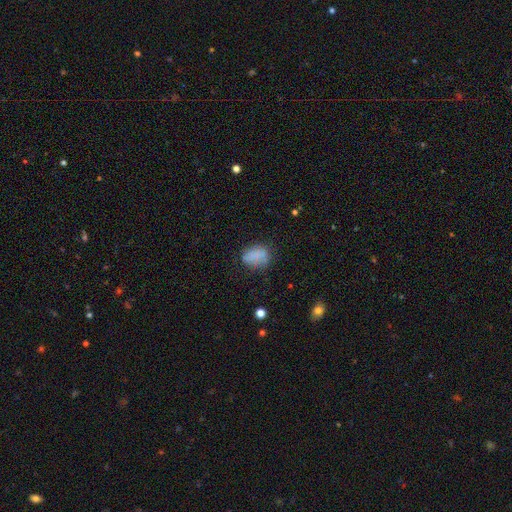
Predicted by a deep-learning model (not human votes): A smooth galaxy with no disk features (78%) that is in between round and cigar-shaped (73%). Merging: none (57%).